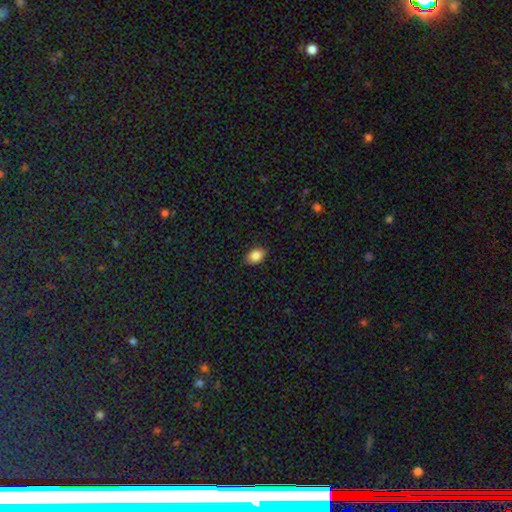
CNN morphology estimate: Overall: smooth (85%). How rounded: in between (82%). Merging: none (84%).